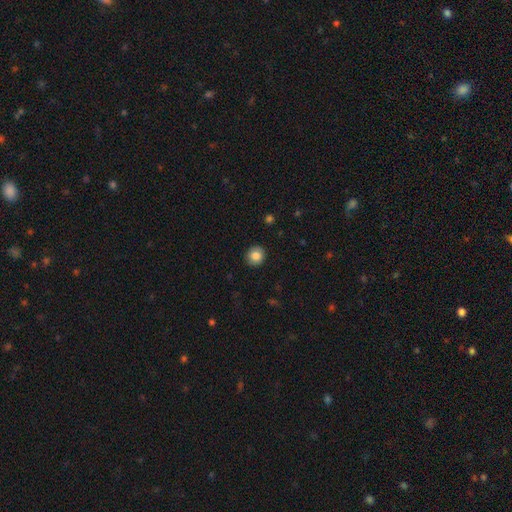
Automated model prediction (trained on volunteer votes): A smooth galaxy with no disk features (85%) that is round (87%). Merging: none (90%).